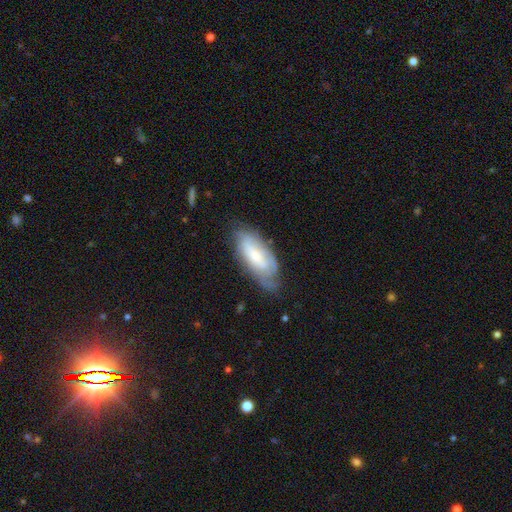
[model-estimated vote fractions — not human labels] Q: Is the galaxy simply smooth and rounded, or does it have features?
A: featured or disk — 48%.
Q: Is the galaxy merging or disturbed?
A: none — 60%.